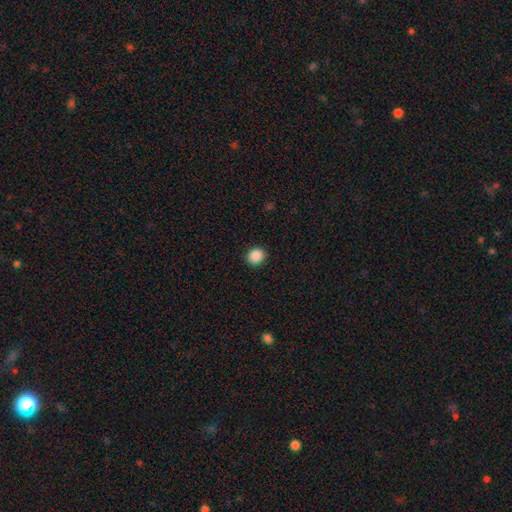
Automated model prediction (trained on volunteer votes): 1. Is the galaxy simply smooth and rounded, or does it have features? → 88% smooth, 9% star or artifact, 3% featured or disk.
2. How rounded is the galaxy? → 80% round, 20% in between, 1% cigar-shaped.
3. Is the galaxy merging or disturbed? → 92% none, 5% minor disturbance, 2% major disturbance, 1% merger.